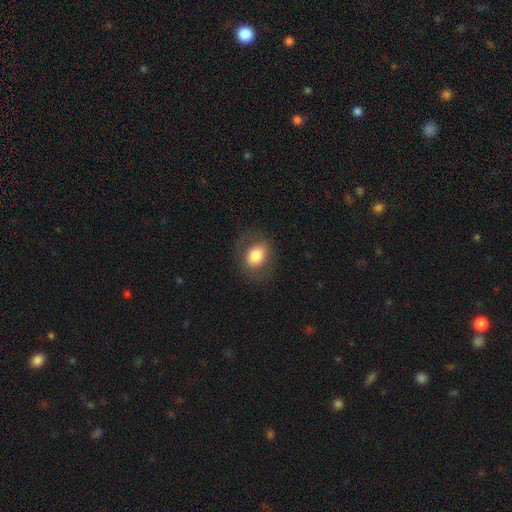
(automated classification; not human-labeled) Smooth or featured?
  - smooth: 74% *
  - featured or disk: 19%
  - star or artifact: 8%
How rounded?
  - in between: 60% *
  - round: 39%
  - cigar-shaped: 1%
Merging?
  - none: 79% *
  - minor disturbance: 13%
  - major disturbance: 7%
  - merger: 1%